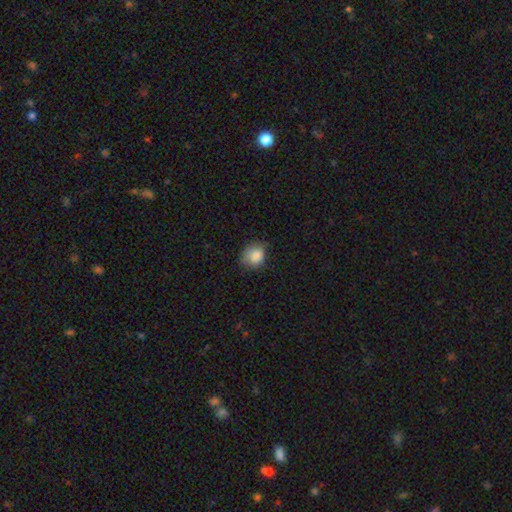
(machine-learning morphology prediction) This is clearly a smooth galaxy (84%). How rounded: likely round (63%). Merging: possibly none (56%).